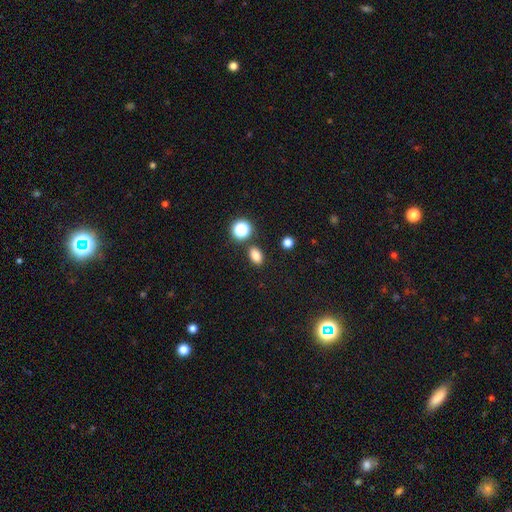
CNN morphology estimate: Smooth or featured? Predicted: smooth (p=0.80). How rounded? Predicted: in between (p=0.78). Merging? Predicted: none (p=0.82).